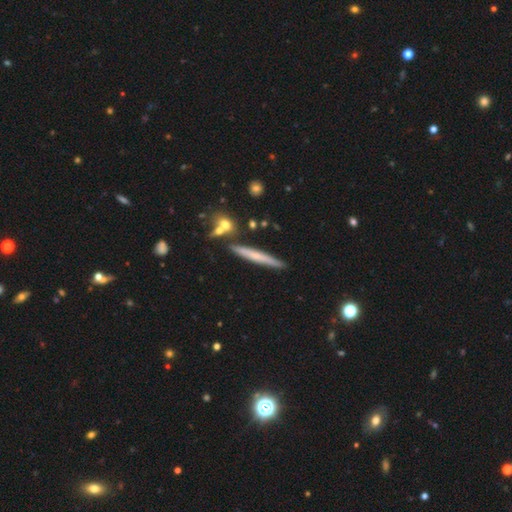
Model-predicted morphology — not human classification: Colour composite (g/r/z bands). It shows a smooth galaxy with no disk features (51%) that is cigar-shaped (95%). Merging: none (84%).